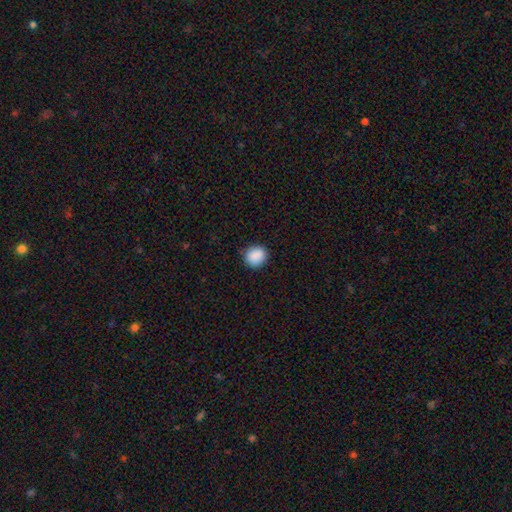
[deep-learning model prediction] smooth 89%, star or artifact 8%, featured or disk 3%. Down the decision tree: how rounded — round (82%); merging — none (87%).